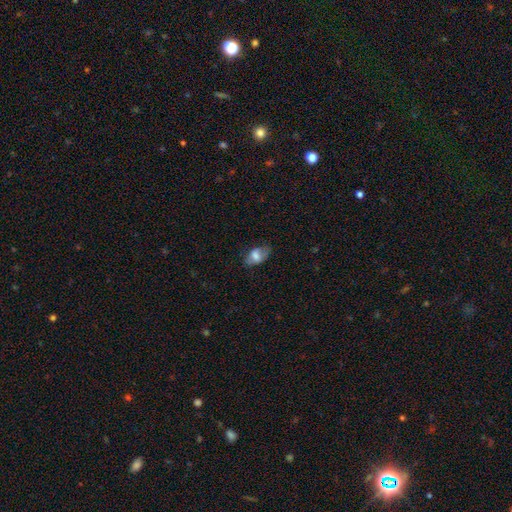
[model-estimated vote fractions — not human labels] Overall: smooth (65%; featured or disk 26%). How rounded: in between (89%). Merging: none (62%; minor disturbance 26%).